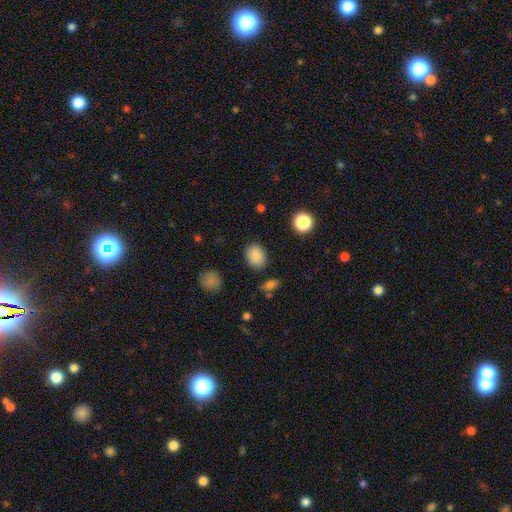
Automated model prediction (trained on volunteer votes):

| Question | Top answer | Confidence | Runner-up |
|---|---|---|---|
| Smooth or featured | smooth | 86% | star or artifact (10%) |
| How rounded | in between | 54% | round (45%) |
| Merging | none | 84% | minor disturbance (11%) |